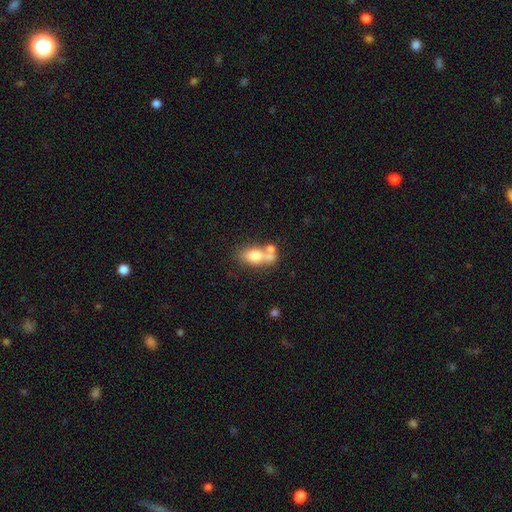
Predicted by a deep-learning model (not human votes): A smooth galaxy with no disk features (69%) that is in between round and cigar-shaped (77%).

Vote fractions:
- Smooth or featured? smooth: 69% / featured or disk: 21% / star or artifact: 10%
- How rounded? in between: 77% / round: 19% / cigar-shaped: 4%
- Merging? merger: 47% / none: 33% / minor disturbance: 12% / major disturbance: 8%